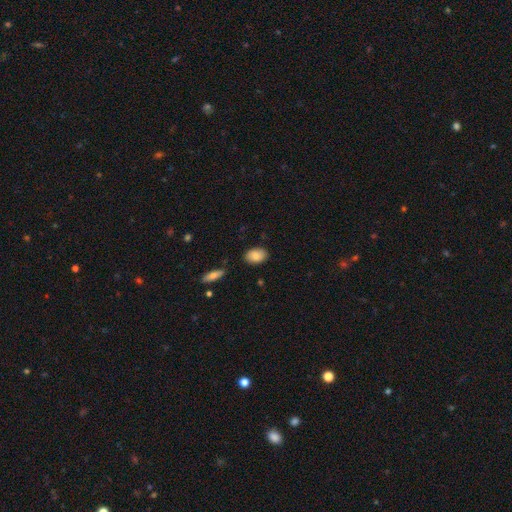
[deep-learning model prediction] Morphology: type=smooth (84%); roundness=in between (88%); merging=none (85%).